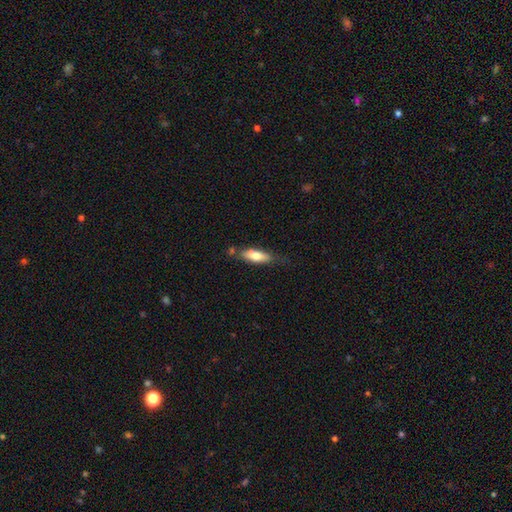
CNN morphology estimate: This is likely a smooth galaxy (70%). How rounded: possibly in between (58%). Merging: likely none (63%).